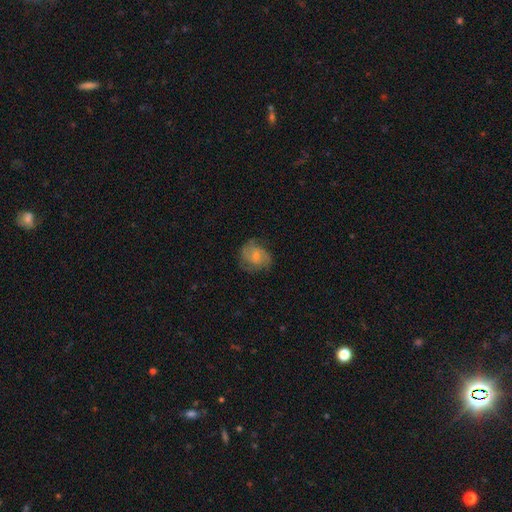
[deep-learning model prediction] A smooth galaxy with no disk features (47%).

Vote fractions:
- Smooth or featured? smooth: 47% / featured or disk: 46% / star or artifact: 8%
- Merging? none: 63% / minor disturbance: 24% / major disturbance: 11% / merger: 1%